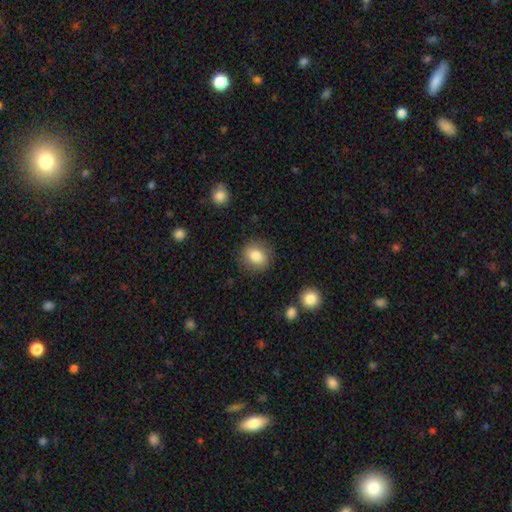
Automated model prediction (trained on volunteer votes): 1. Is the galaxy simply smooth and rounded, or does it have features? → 82% smooth, 9% star or artifact, 9% featured or disk.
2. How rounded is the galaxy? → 70% round, 28% in between, 1% cigar-shaped.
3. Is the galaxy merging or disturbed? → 86% none, 10% minor disturbance, 3% major disturbance, 2% merger.